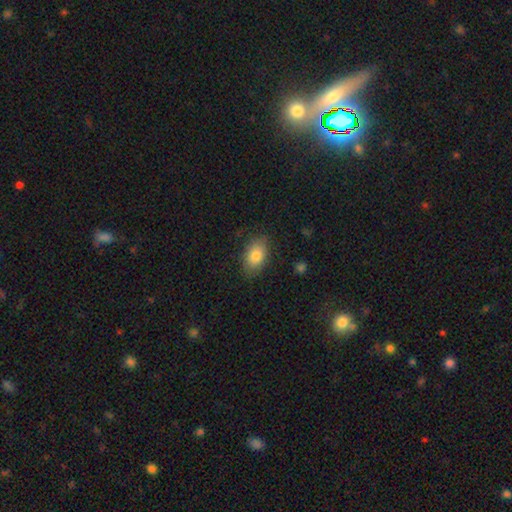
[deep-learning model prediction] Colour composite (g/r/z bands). It shows a smooth galaxy with no disk features (82%) that is in between round and cigar-shaped (89%). Merging: none (81%).